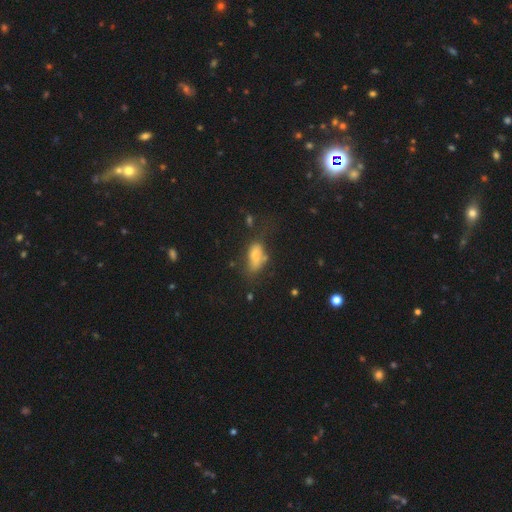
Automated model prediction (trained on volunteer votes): A smooth galaxy with no disk features (72%) that is in between round and cigar-shaped (86%).

Vote fractions:
- Smooth or featured? smooth: 72% / featured or disk: 17% / star or artifact: 11%
- How rounded? in between: 86% / cigar-shaped: 10% / round: 5%
- Merging? none: 35% / minor disturbance: 29% / major disturbance: 27% / merger: 10%